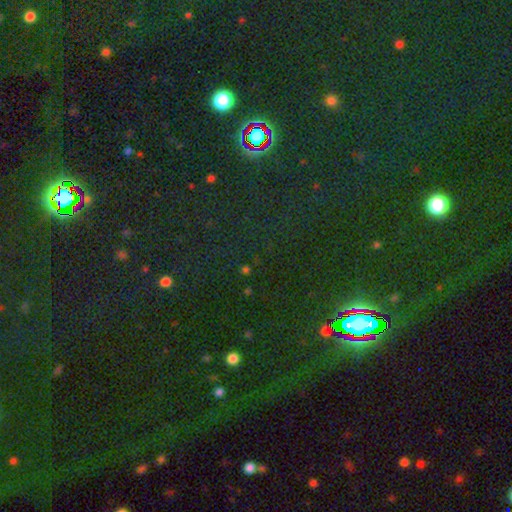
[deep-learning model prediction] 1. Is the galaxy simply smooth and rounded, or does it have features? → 81% star or artifact, 12% smooth, 7% featured or disk.